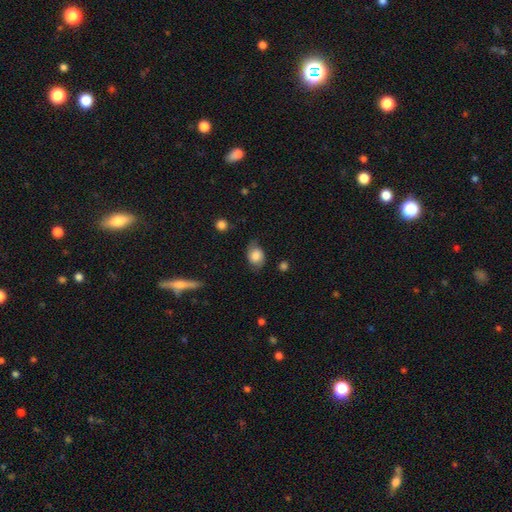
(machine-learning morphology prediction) Smooth or featured: smooth — 72% (featured or disk — 20%)
How rounded: in between — 69% (round — 30%)
Merging: none — 66% (minor disturbance — 25%)